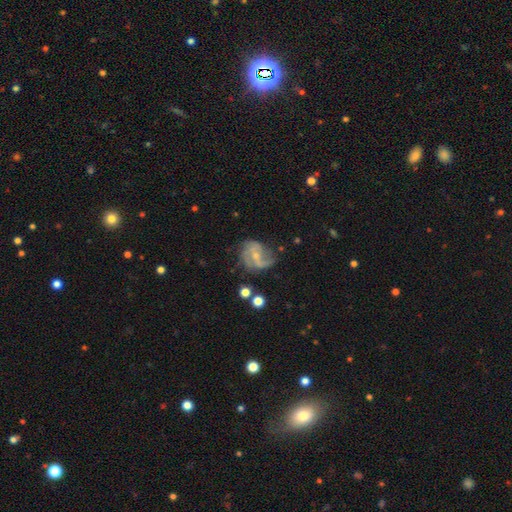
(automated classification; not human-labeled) Smooth or featured? Predicted: featured or disk (p=0.73). Edge-on disk? Predicted: no (p=0.97). Bar? Predicted: weak (p=0.44). Spiral arms? Predicted: yes (p=0.85). Spiral winding? Predicted: loose (p=0.43). Spiral arm count? Predicted: 2 (p=0.55). Bulge size? Predicted: small (p=0.65). Merging? Predicted: none (p=0.48).